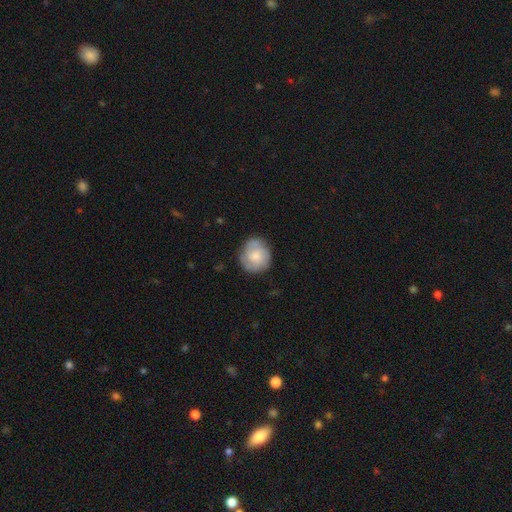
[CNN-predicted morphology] smooth-or-featured: smooth: 54% | featured or disk: 39% | star or artifact: 7%
  how-rounded: round: 81% | in between: 18% | cigar-shaped: 1%
  merging: none: 75% | minor disturbance: 18% | major disturbance: 5% | merger: 2%